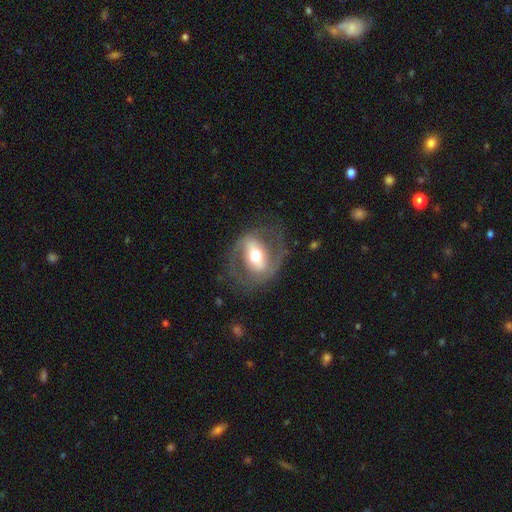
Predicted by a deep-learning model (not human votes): This is likely a featured or disk galaxy (69%). It is clearly not viewed edge-on (90%). Bar: possibly strong (53%). Spiral arm pattern: possibly no (54%). Central bulge: likely moderate (65%). Merging: likely none (70%).